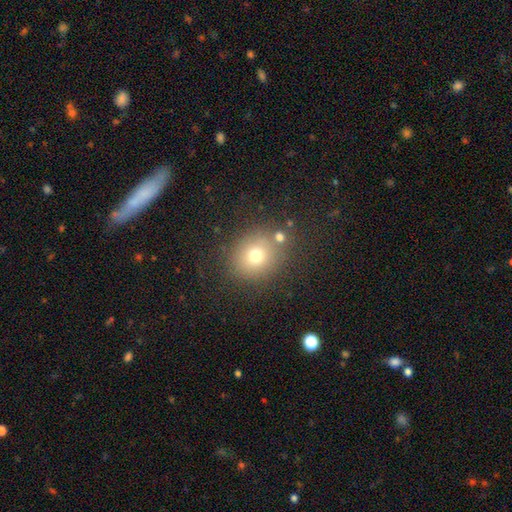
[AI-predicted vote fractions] Smooth or featured? Predicted: smooth (p=0.71). How rounded? Predicted: round (p=0.78). Merging? Predicted: none (p=0.76).